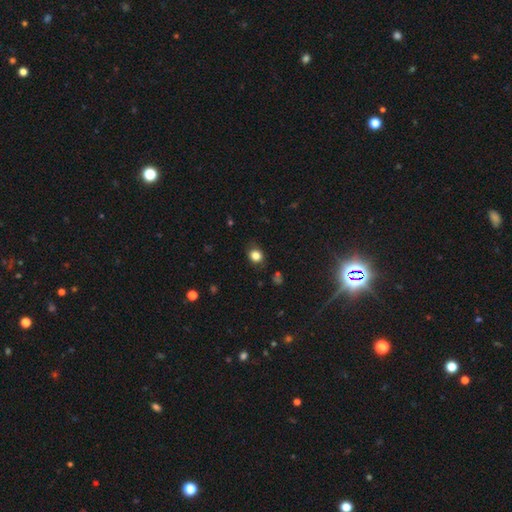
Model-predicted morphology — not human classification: A smooth galaxy with no disk features (82%) that is round (67%). Merging: none (80%).